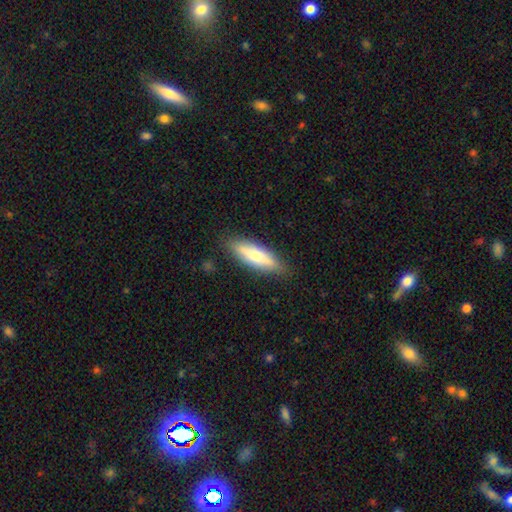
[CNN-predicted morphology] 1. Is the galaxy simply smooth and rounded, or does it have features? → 62% smooth, 32% featured or disk, 6% star or artifact.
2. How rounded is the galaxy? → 59% cigar-shaped, 39% in between, 2% round.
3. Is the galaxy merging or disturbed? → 86% none, 11% minor disturbance, 2% major disturbance, 1% merger.